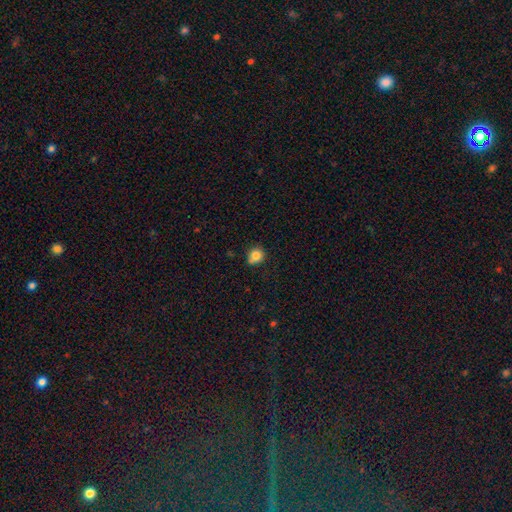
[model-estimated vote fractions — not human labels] The model was most divided on "merging": none: 66%, minor disturbance: 20%, merger: 10%, major disturbance: 4%. More confident: how rounded — round (83%); smooth or featured — smooth (82%).